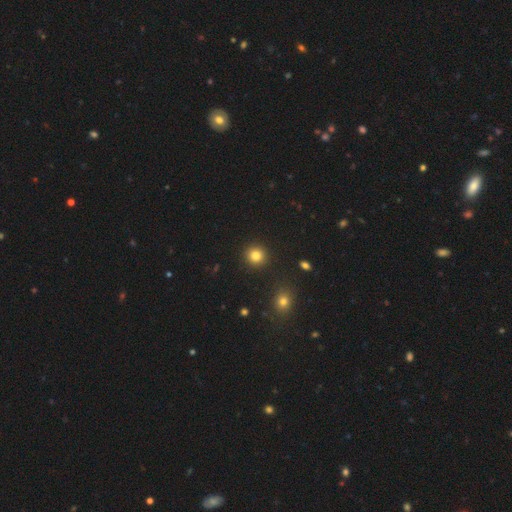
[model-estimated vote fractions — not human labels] A smooth galaxy with no disk features (83%) that is round (93%).

Vote fractions:
- Smooth or featured? smooth: 83% / star or artifact: 12% / featured or disk: 5%
- How rounded? round: 93% / in between: 6% / cigar-shaped: 1%
- Merging? none: 92% / minor disturbance: 5% / major disturbance: 2% / merger: 2%